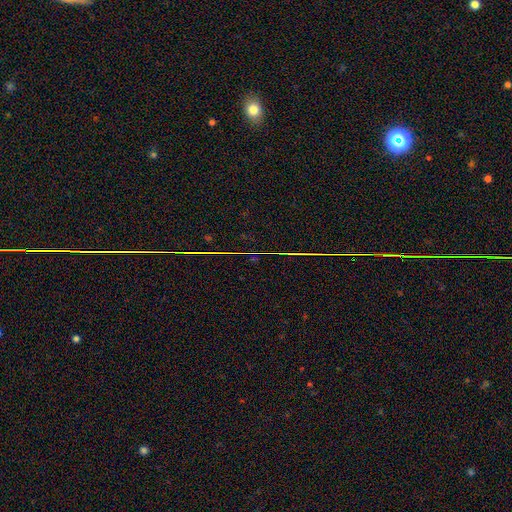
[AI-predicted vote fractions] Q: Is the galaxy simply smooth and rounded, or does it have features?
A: star or artifact — 83%.